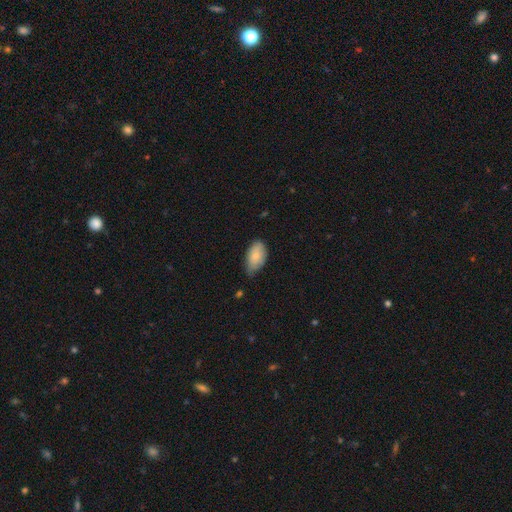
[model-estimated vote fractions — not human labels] The model was most divided on "merging": none: 55%, minor disturbance: 38%, major disturbance: 5%, merger: 2%. More confident: how rounded — in between (94%); smooth or featured — smooth (80%).